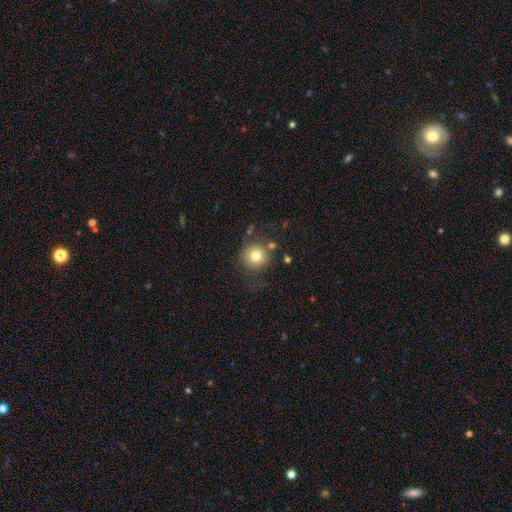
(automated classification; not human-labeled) Smooth or featured? Predicted: smooth (p=0.78). How rounded? Predicted: round (p=0.92). Merging? Predicted: none (p=0.75).